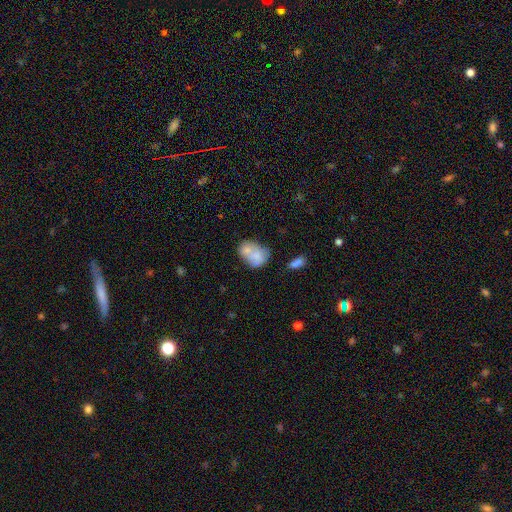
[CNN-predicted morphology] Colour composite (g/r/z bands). It shows a smooth galaxy with no disk features (68%) that is in between round and cigar-shaped (69%). Merging: merger (52%).